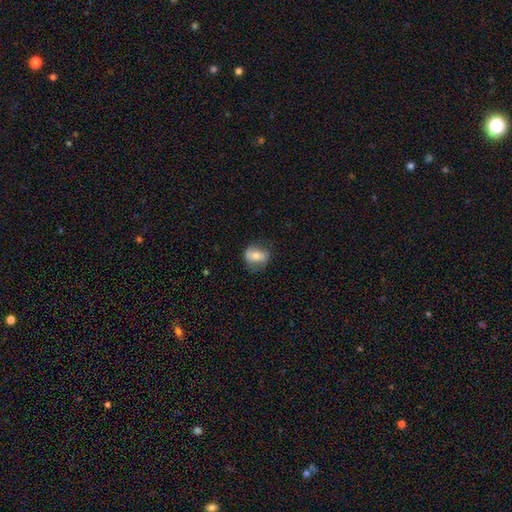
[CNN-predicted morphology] Q: Smooth or featured?
A: smooth (67%); runner-up: featured or disk (25%)
Q: How rounded?
A: in between (62%); runner-up: round (36%)
Q: Merging?
A: none (70%); runner-up: minor disturbance (21%)